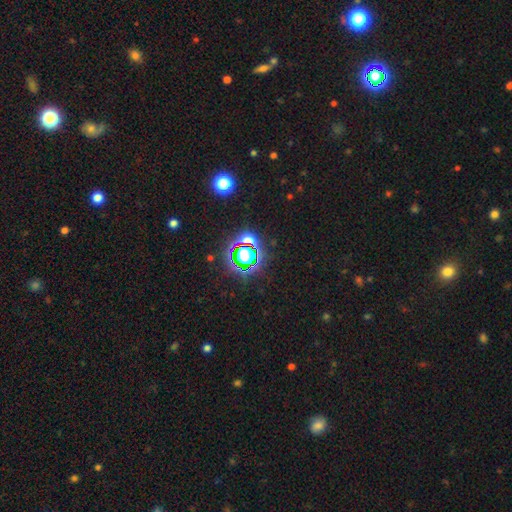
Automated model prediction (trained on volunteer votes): Overall: star or artifact (77%).